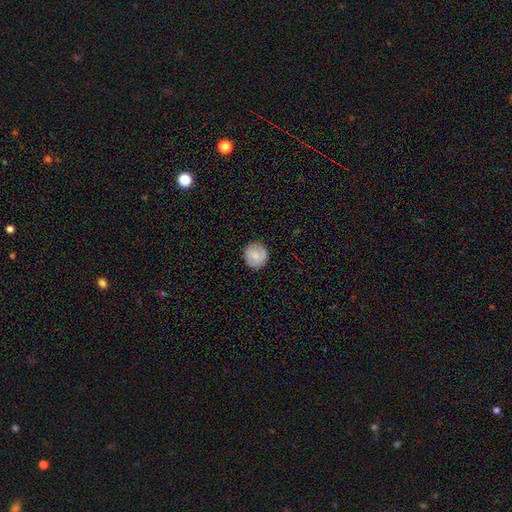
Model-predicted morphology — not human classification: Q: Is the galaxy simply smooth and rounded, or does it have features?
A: smooth — 75%.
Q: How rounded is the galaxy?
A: round — 92%.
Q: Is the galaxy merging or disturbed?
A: none — 87%.